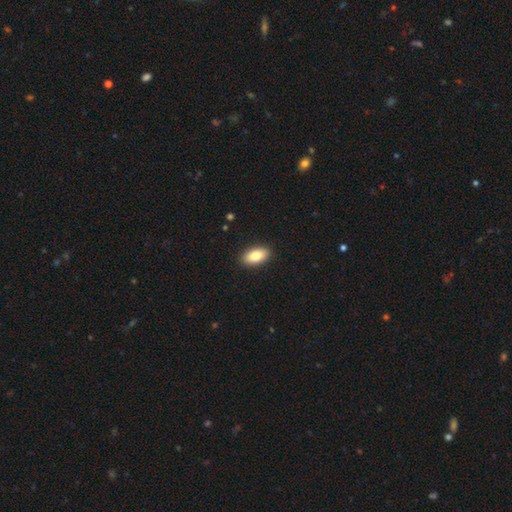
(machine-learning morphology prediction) type=smooth (81%); roundness=in between (91%); merging=none (91%).